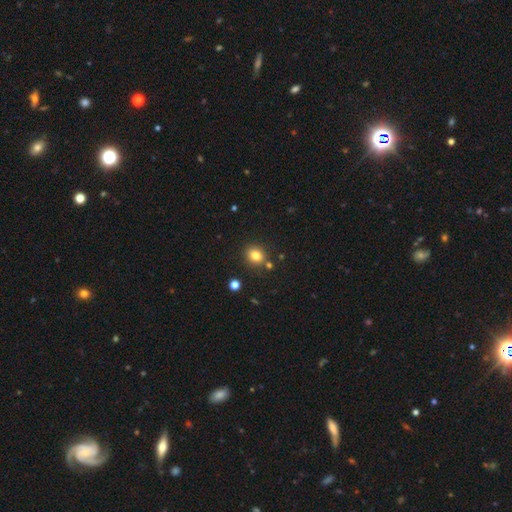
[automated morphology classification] Smooth or featured: smooth — 80% (star or artifact — 12%)
How rounded: round — 66% (in between — 33%)
Merging: none — 80% (minor disturbance — 10%)